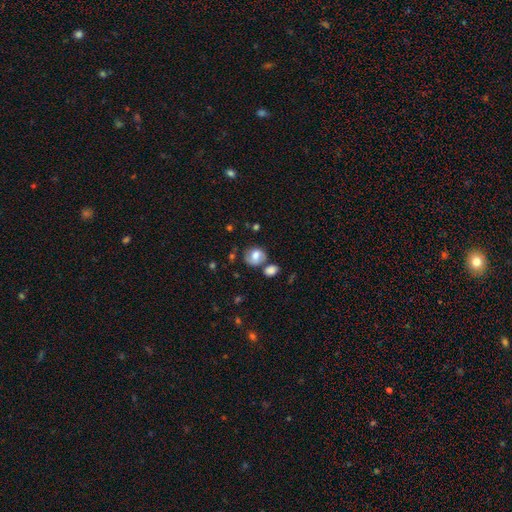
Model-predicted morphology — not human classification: smooth_or_featured: smooth (p=0.62) [alt: featured or disk p=0.29]
how_rounded: round (p=0.67) [alt: in between p=0.32]
merging: none (p=0.58) [alt: minor disturbance p=0.19]